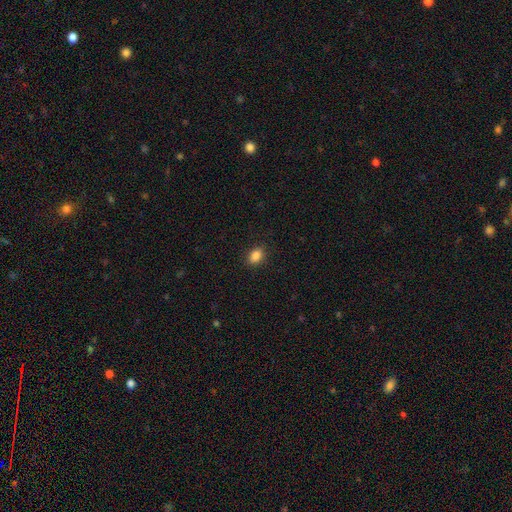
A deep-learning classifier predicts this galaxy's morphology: The model was most divided on "how rounded": in between: 78%, round: 20%, cigar-shaped: 1%. More confident: merging — none (89%); smooth or featured — smooth (87%).